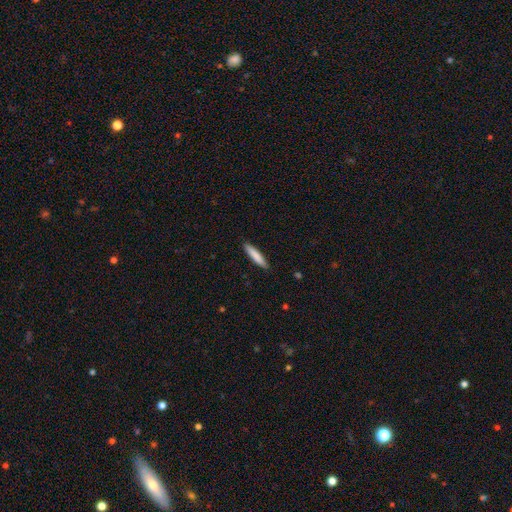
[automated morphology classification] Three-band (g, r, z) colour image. It shows a smooth galaxy with no disk features (83%) that is cigar-shaped (87%). Merging: none (89%).